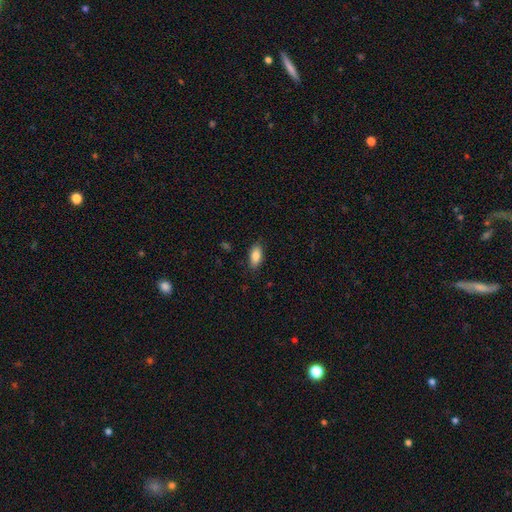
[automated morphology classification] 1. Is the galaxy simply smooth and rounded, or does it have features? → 85% smooth, 8% featured or disk, 7% star or artifact.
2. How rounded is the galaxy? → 88% in between, 9% cigar-shaped, 3% round.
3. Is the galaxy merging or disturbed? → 85% none, 11% minor disturbance, 2% major disturbance, 1% merger.